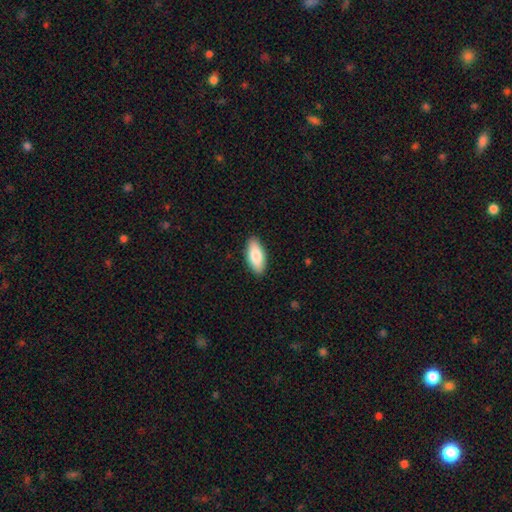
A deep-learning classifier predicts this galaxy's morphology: Overall: smooth (83%). How rounded: in between (85%). Merging: none (90%).